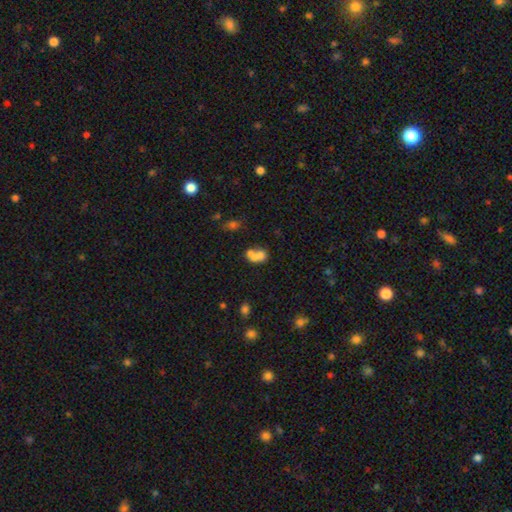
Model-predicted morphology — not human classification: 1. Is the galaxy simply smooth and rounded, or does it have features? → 64% smooth, 23% featured or disk, 12% star or artifact.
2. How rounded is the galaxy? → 62% in between, 36% round, 2% cigar-shaped.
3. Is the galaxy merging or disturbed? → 62% merger, 22% none, 8% minor disturbance, 7% major disturbance.